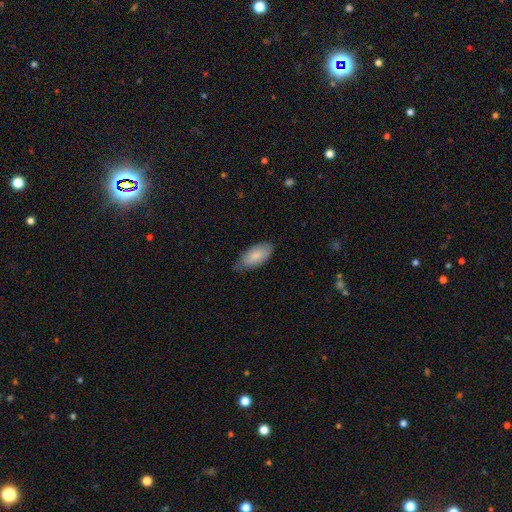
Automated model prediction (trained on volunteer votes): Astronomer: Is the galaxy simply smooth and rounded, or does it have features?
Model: smooth — 82%.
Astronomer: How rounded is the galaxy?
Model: in between — 91%.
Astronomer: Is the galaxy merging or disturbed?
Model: none — 64%.